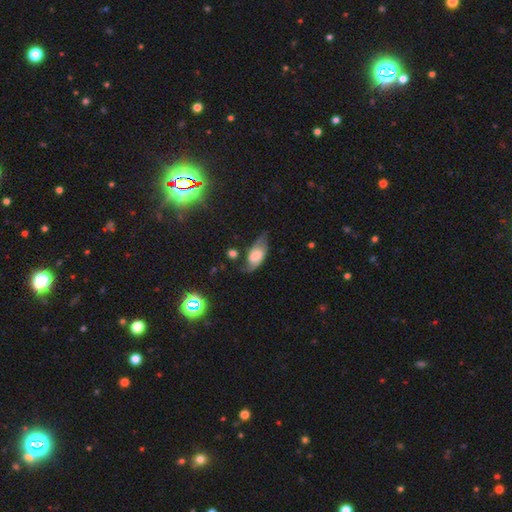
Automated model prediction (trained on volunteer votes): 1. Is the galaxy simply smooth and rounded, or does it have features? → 55% featured or disk, 36% smooth, 9% star or artifact.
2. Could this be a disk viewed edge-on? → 87% no, 13% yes.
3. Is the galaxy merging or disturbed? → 53% none, 28% minor disturbance, 15% major disturbance, 4% merger.